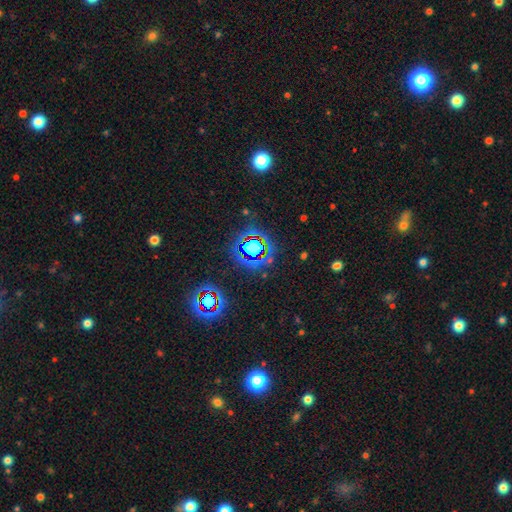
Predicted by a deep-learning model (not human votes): A star or artifact, not a galaxy (79%).